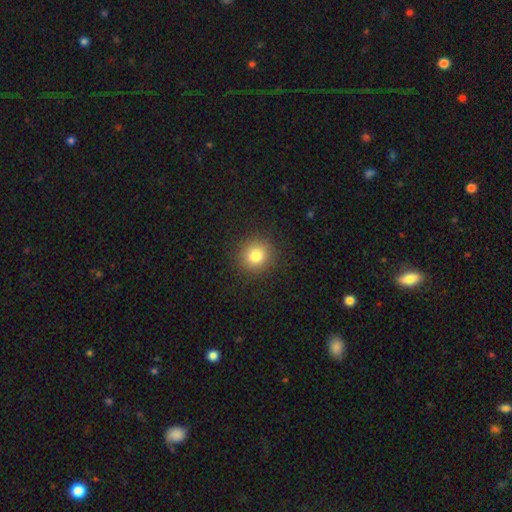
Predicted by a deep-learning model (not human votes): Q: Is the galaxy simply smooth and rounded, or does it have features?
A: smooth — 81%.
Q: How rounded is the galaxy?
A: round — 90%.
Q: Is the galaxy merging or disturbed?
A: none — 90%.